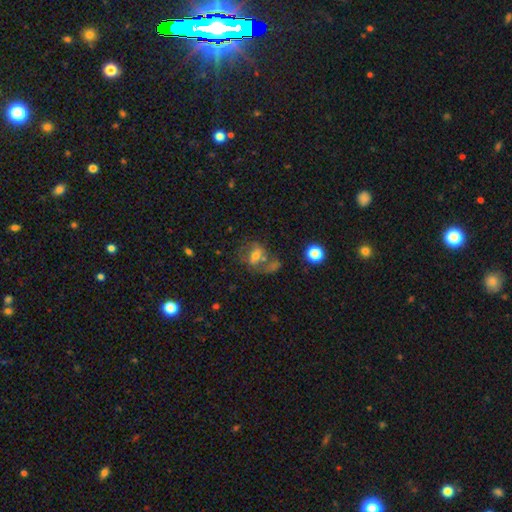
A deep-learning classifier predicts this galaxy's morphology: smooth-or-featured: featured or disk: 42% | smooth: 35% | star or artifact: 22%
  merging: none: 41% | merger: 29% | minor disturbance: 15% | major disturbance: 15%